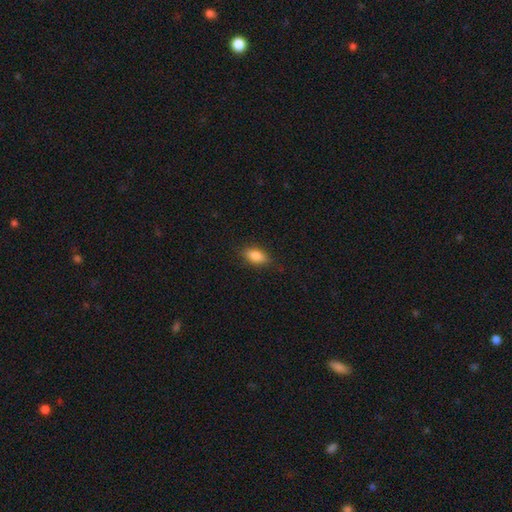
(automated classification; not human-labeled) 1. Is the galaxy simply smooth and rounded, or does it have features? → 84% smooth, 8% featured or disk, 8% star or artifact.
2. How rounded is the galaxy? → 85% in between, 10% cigar-shaped, 5% round.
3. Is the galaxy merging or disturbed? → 84% none, 13% minor disturbance, 3% major disturbance, 1% merger.